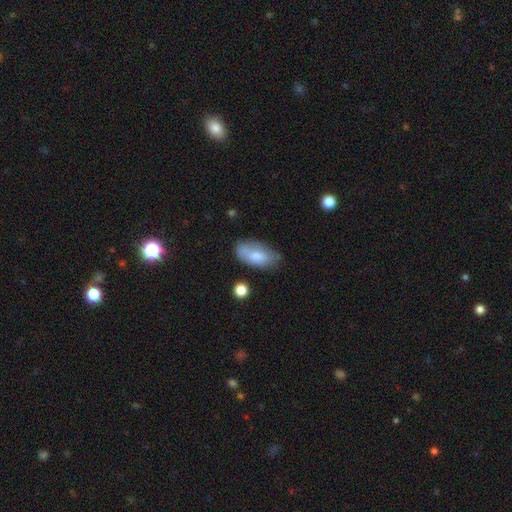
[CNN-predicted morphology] A smooth galaxy with no disk features (76%) that is in between round and cigar-shaped (92%).

Vote fractions:
- Smooth or featured? smooth: 76% / featured or disk: 17% / star or artifact: 7%
- How rounded? in between: 92% / cigar-shaped: 5% / round: 3%
- Merging? none: 62% / minor disturbance: 26% / major disturbance: 7% / merger: 6%